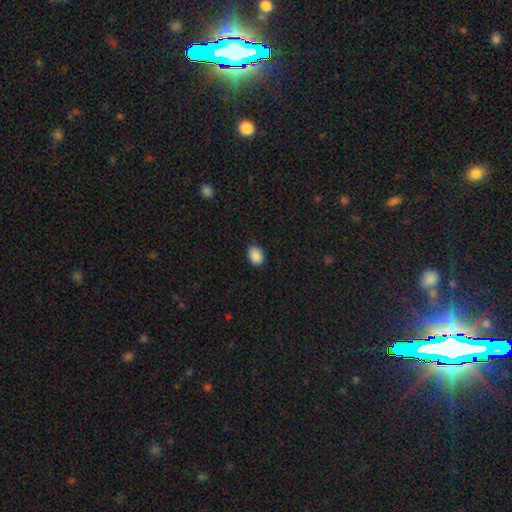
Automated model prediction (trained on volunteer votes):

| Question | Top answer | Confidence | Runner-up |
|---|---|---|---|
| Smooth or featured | smooth | 89% | star or artifact (8%) |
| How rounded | in between | 63% | round (36%) |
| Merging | none | 85% | minor disturbance (12%) |